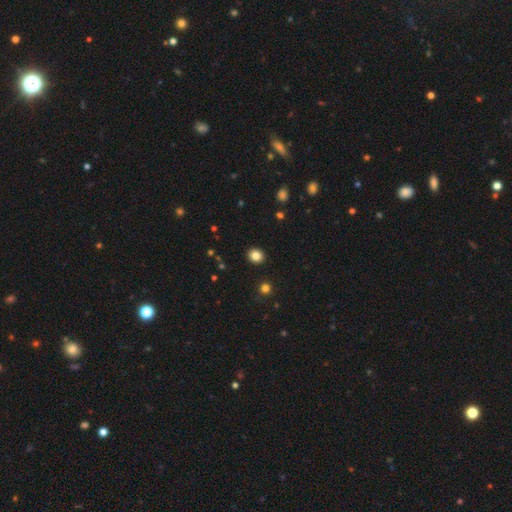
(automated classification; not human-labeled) smooth_or_featured: smooth (p=0.84) [alt: star or artifact p=0.11]
how_rounded: round (p=0.70) [alt: in between p=0.29]
merging: none (p=0.92) [alt: minor disturbance p=0.06]